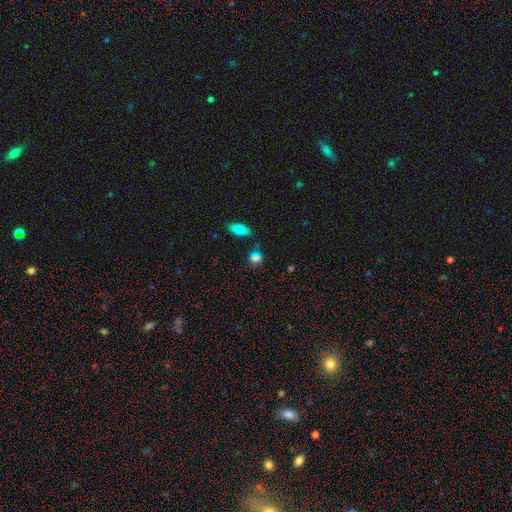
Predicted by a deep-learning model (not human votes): This appears to be a smooth galaxy with no disk features (75%) that is in between round and cigar-shaped (61%). Merging: none (63%).